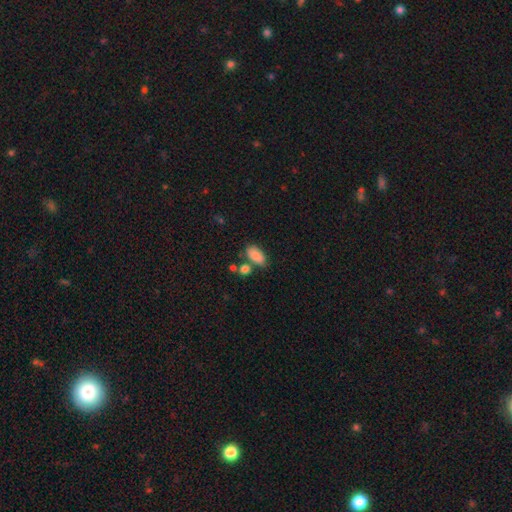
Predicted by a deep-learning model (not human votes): Overall: smooth (85%). How rounded: in between (92%). Merging: none (61%).